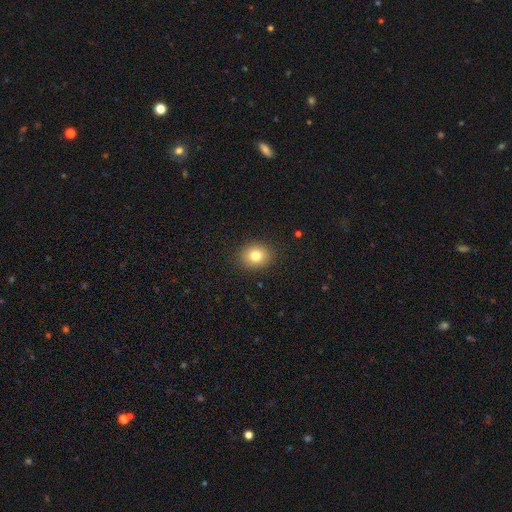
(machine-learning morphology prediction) This is likely a smooth galaxy (80%). How rounded: likely round (66%). Merging: clearly none (89%).